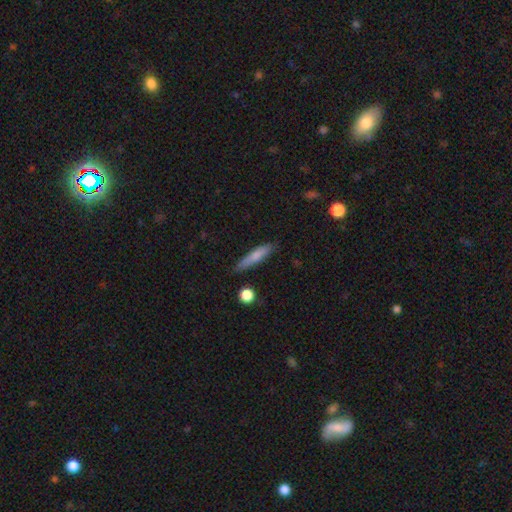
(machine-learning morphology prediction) Smooth or featured?
  - smooth: 74% *
  - featured or disk: 19%
  - star or artifact: 7%
How rounded?
  - cigar-shaped: 86% *
  - in between: 12%
  - round: 2%
Merging?
  - none: 80% *
  - minor disturbance: 15%
  - major disturbance: 3%
  - merger: 2%